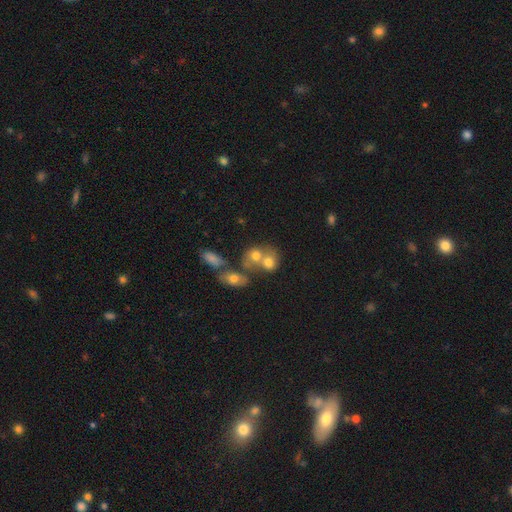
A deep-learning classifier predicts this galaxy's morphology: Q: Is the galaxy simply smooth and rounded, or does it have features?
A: smooth — 66%.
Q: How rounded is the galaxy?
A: round — 53%.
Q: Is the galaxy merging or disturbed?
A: merger — 59%.